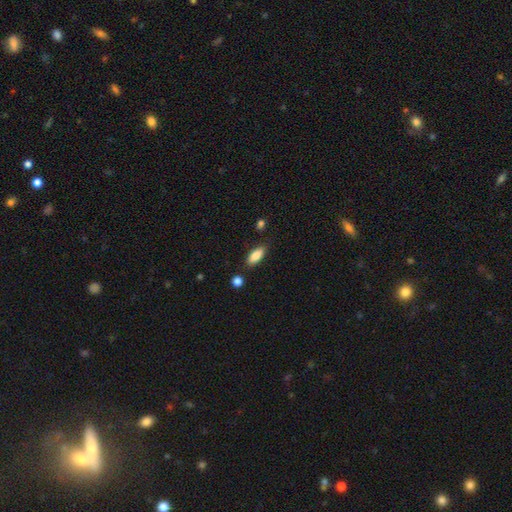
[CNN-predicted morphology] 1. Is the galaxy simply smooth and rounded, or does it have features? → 83% smooth, 10% featured or disk, 7% star or artifact.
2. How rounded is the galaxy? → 83% in between, 14% cigar-shaped, 2% round.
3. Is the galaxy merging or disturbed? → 81% none, 14% minor disturbance, 3% merger, 3% major disturbance.